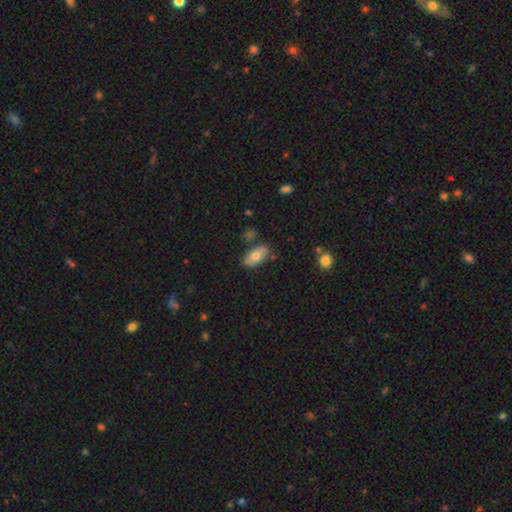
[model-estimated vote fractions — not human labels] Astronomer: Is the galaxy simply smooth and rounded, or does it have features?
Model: smooth — 68%.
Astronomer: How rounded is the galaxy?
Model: in between — 92%.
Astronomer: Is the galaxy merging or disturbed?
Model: none — 78%.